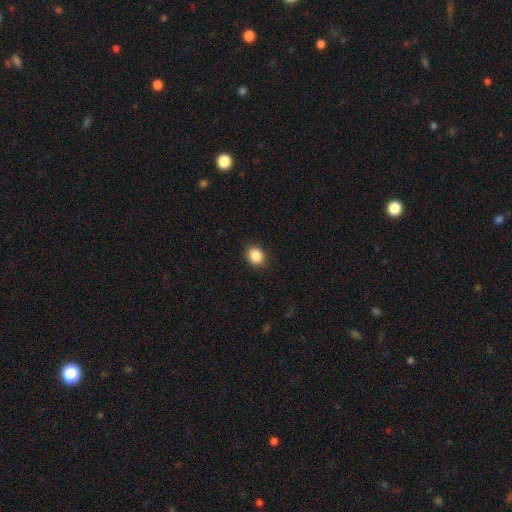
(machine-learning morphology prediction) A smooth galaxy with no disk features (88%) that is round (55%).

Vote fractions:
- Smooth or featured? smooth: 88% / star or artifact: 8% / featured or disk: 3%
- How rounded? round: 55% / in between: 44% / cigar-shaped: 1%
- Merging? none: 90% / minor disturbance: 7% / major disturbance: 2% / merger: 1%